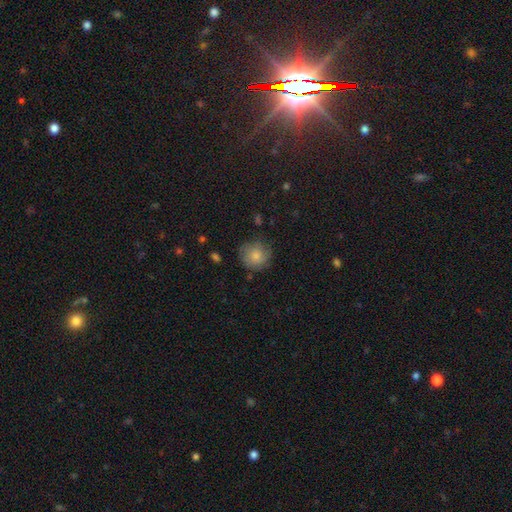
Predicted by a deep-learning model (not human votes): Smooth or featured?
  - smooth: 77% *
  - featured or disk: 15%
  - star or artifact: 8%
How rounded?
  - round: 91% *
  - in between: 8%
  - cigar-shaped: 1%
Merging?
  - none: 75% *
  - minor disturbance: 19%
  - major disturbance: 5%
  - merger: 2%